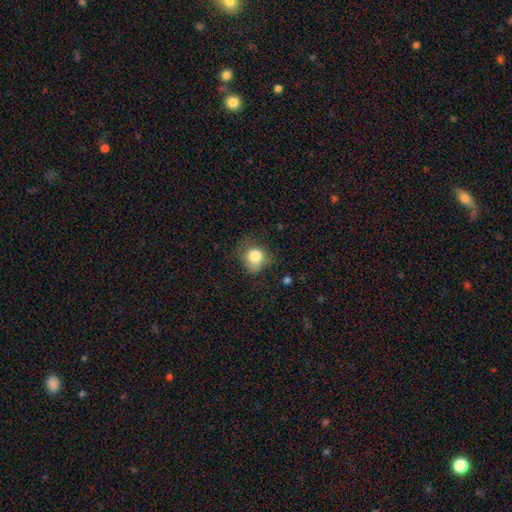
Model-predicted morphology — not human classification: Smooth or featured? smooth (82%)
How rounded? round (73%)
Merging? none (52%)